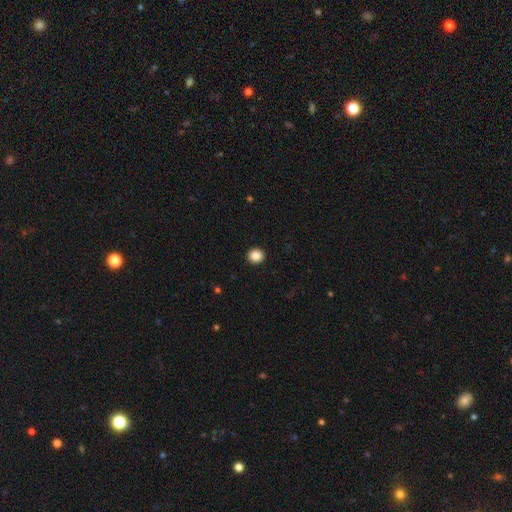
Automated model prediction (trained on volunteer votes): Smooth or featured: smooth — 86% (star or artifact — 10%)
How rounded: round — 91% (in between — 8%)
Merging: none — 94% (minor disturbance — 4%)